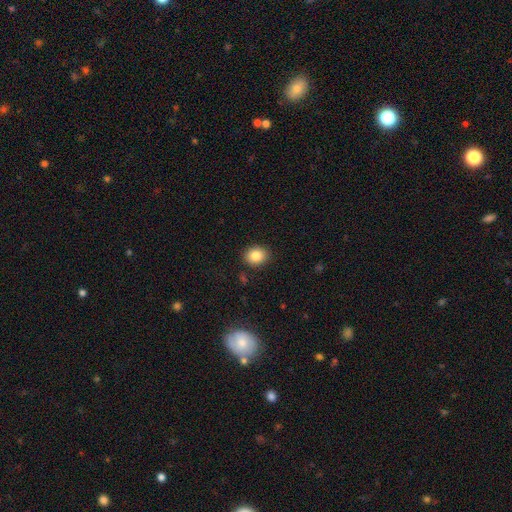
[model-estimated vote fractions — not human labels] Smooth or featured: smooth — 84% (star or artifact — 10%)
How rounded: round — 56% (in between — 43%)
Merging: none — 87% (minor disturbance — 9%)